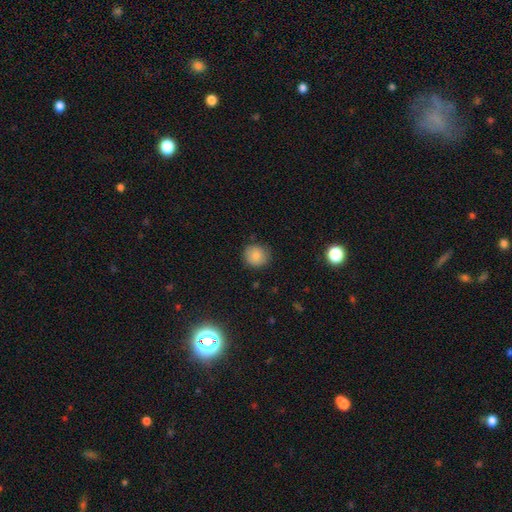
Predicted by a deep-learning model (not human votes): Q: Smooth or featured?
A: smooth (82%); runner-up: star or artifact (10%)
Q: How rounded?
A: round (88%); runner-up: in between (11%)
Q: Merging?
A: none (85%); runner-up: minor disturbance (11%)